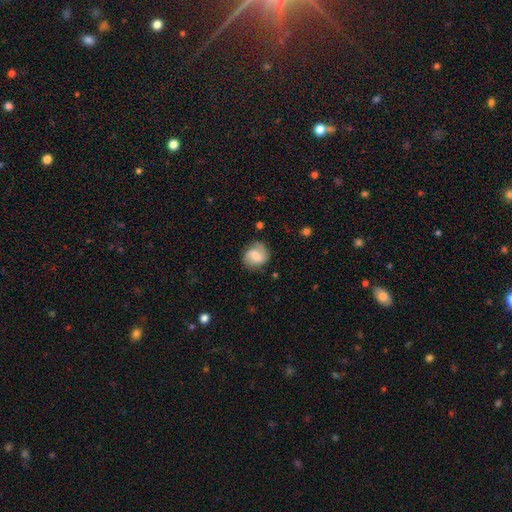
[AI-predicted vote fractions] Smooth or featured?
  - featured or disk: 50% *
  - smooth: 42%
  - star or artifact: 8%
Edge-on disk?
  - no: 97% *
  - yes: 3%
Merging?
  - none: 73% *
  - minor disturbance: 18%
  - major disturbance: 7%
  - merger: 2%